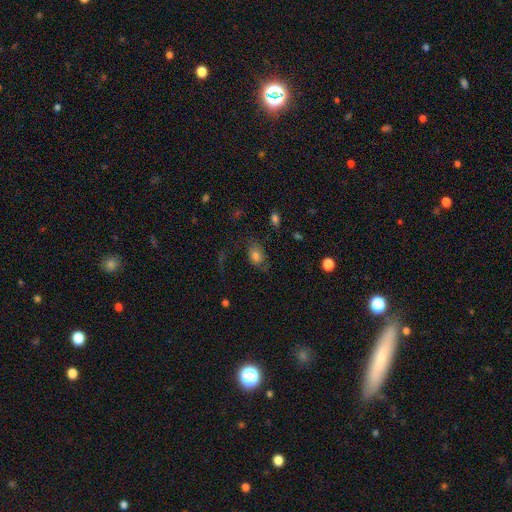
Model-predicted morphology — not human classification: This appears to be a smooth galaxy with no disk features (70%) that is in between round and cigar-shaped (74%). Merging: none (54%).